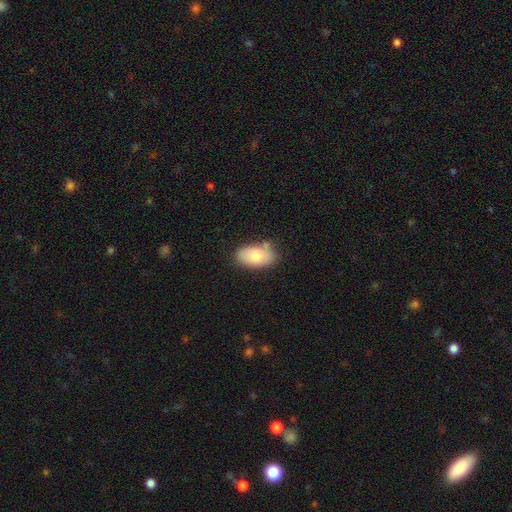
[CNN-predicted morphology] Smooth or featured? Predicted: smooth (p=0.76). How rounded? Predicted: in between (p=0.93). Merging? Predicted: none (p=0.67).